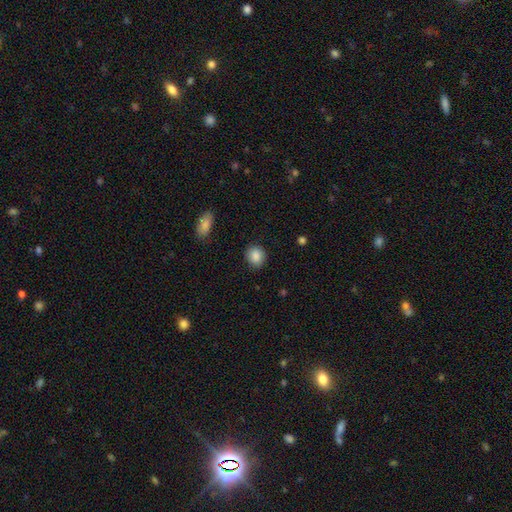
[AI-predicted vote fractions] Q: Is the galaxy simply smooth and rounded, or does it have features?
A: smooth — 88%.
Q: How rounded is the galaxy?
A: round — 78%.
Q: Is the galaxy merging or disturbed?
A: none — 88%.